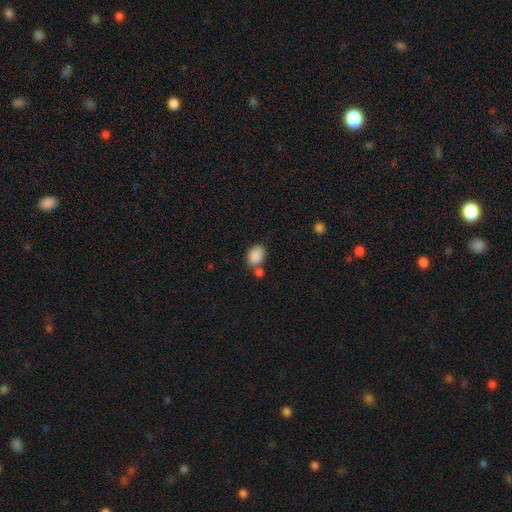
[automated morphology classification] The model was most divided on "merging": none: 55%, merger: 25%, minor disturbance: 15%, major disturbance: 5%. More confident: smooth or featured — smooth (87%); how rounded — in between (75%).